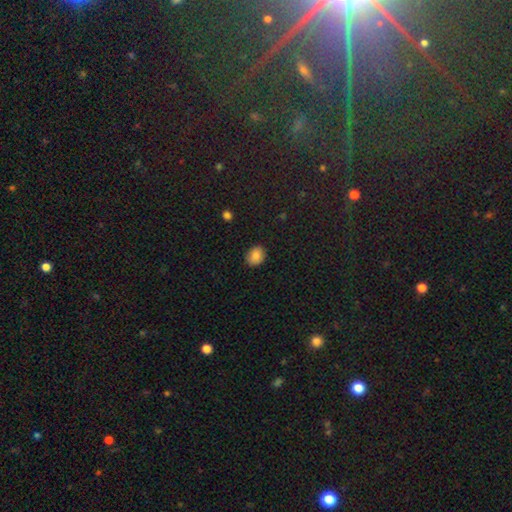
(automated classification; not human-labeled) The model was most divided on "how rounded": round: 53%, in between: 46%, cigar-shaped: 1%. More confident: merging — none (87%); smooth or featured — smooth (83%).